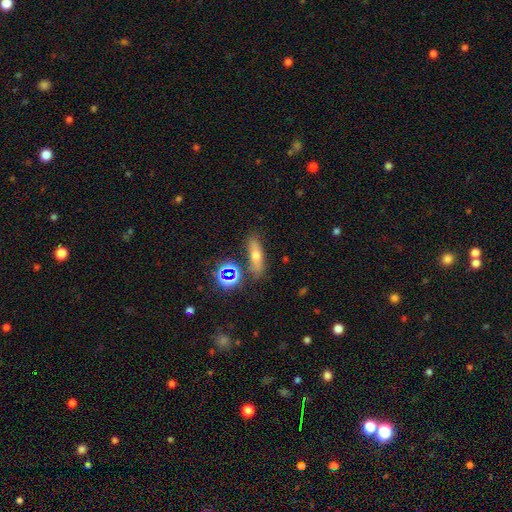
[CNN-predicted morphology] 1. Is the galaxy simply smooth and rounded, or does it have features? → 52% smooth, 26% featured or disk, 22% star or artifact.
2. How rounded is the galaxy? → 49% cigar-shaped, 40% in between, 11% round.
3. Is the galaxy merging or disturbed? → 78% none, 12% minor disturbance, 6% merger, 4% major disturbance.